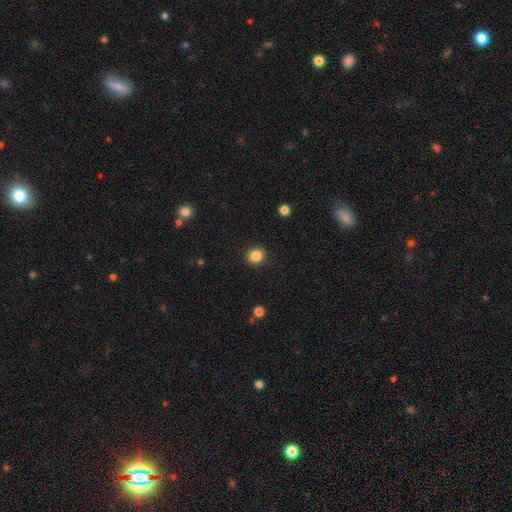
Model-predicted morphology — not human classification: Smooth or featured: smooth — 85% (star or artifact — 10%)
How rounded: round — 78% (in between — 22%)
Merging: none — 91% (minor disturbance — 6%)